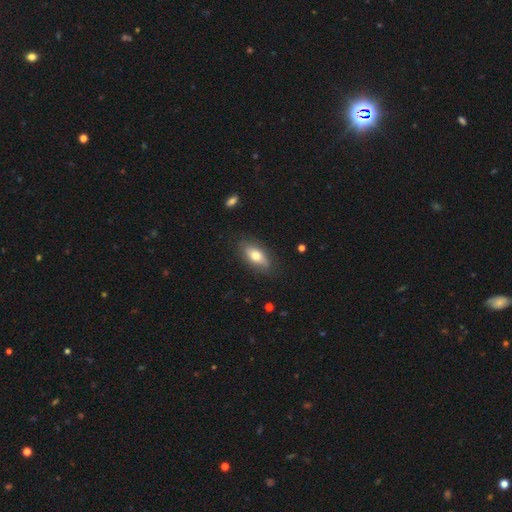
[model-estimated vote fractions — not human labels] Q: Smooth or featured?
A: smooth (70%); runner-up: featured or disk (23%)
Q: How rounded?
A: in between (85%); runner-up: cigar-shaped (11%)
Q: Merging?
A: none (82%); runner-up: minor disturbance (14%)